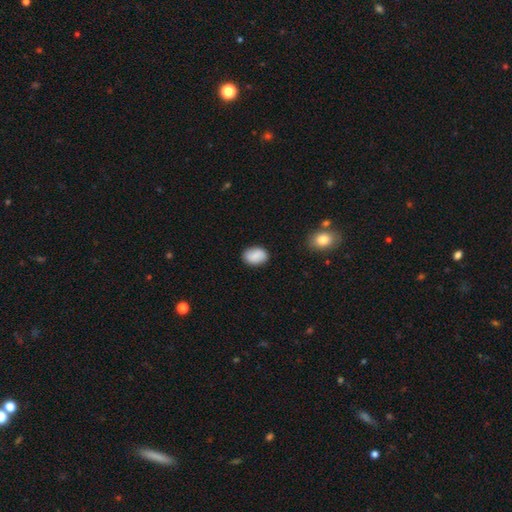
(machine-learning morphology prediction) Smooth or featured: smooth — 84% (featured or disk — 8%)
How rounded: in between — 80% (round — 19%)
Merging: none — 85% (minor disturbance — 11%)